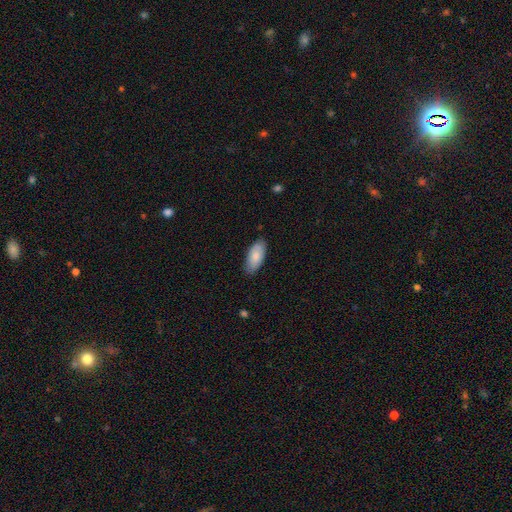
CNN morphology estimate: Smooth or featured: smooth — 86% (featured or disk — 9%)
How rounded: in between — 88% (cigar-shaped — 10%)
Merging: none — 84% (minor disturbance — 12%)